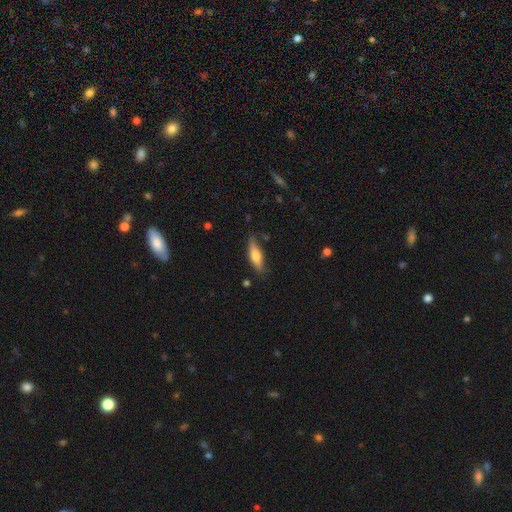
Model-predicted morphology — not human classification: Smooth or featured: smooth — 59% (featured or disk — 35%)
How rounded: cigar-shaped — 58% (in between — 40%)
Merging: none — 78% (minor disturbance — 17%)